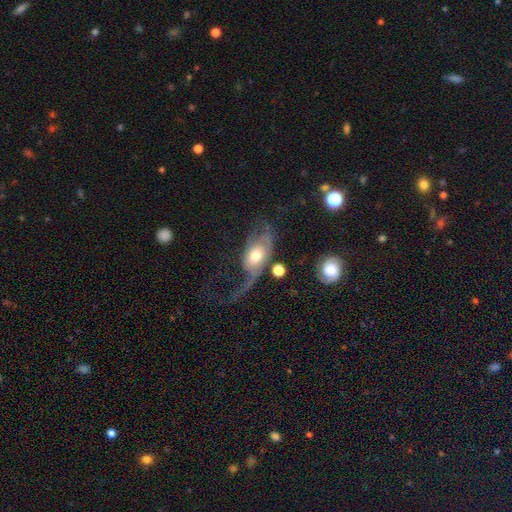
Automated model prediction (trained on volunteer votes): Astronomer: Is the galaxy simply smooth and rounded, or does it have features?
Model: featured or disk — 55% (runner-up: smooth, 38%).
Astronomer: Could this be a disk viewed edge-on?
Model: no — 91%.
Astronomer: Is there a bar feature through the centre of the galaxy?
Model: no — 75%.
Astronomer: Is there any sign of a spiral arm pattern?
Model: yes — 66%.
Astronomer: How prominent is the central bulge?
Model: moderate — 66%.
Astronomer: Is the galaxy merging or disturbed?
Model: major disturbance — 54%.